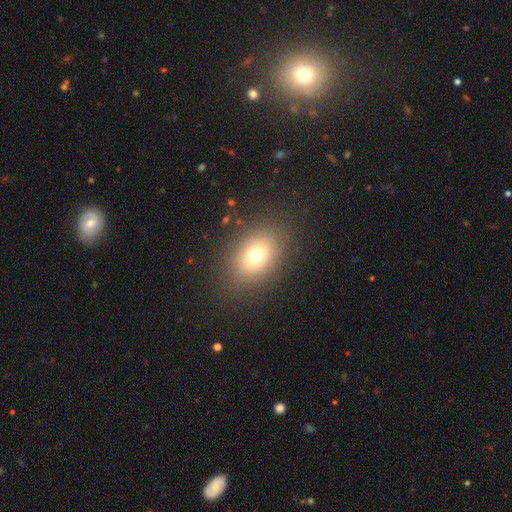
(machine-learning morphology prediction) smooth 73%, star or artifact 14%, featured or disk 13%. Down the decision tree: how rounded — in between (72%); merging — none (86%).